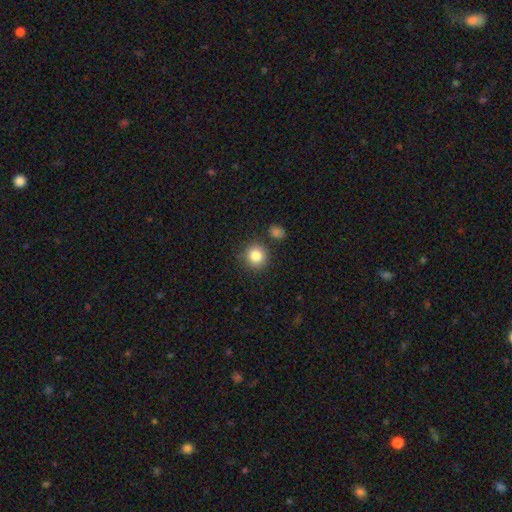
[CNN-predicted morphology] smooth 84%, star or artifact 10%, featured or disk 6%. Down the decision tree: how rounded — round (92%); merging — none (84%).